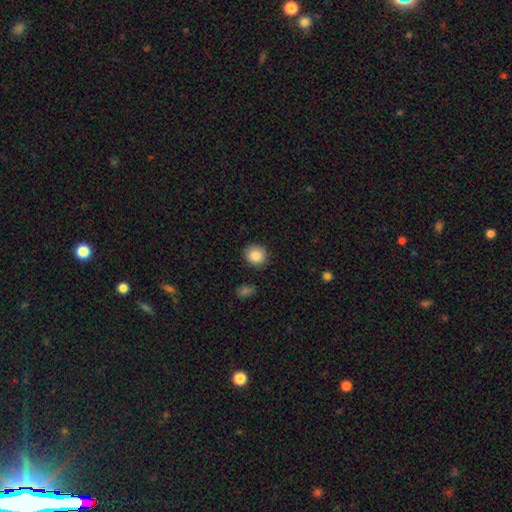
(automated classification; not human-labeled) This is clearly a smooth galaxy (88%). How rounded: clearly round (86%). Merging: clearly none (88%).